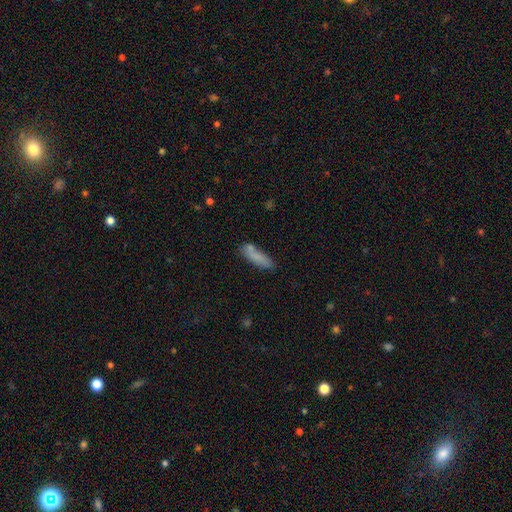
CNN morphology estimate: A smooth galaxy with no disk features (80%) that is cigar-shaped (56%). Merging: none (67%).